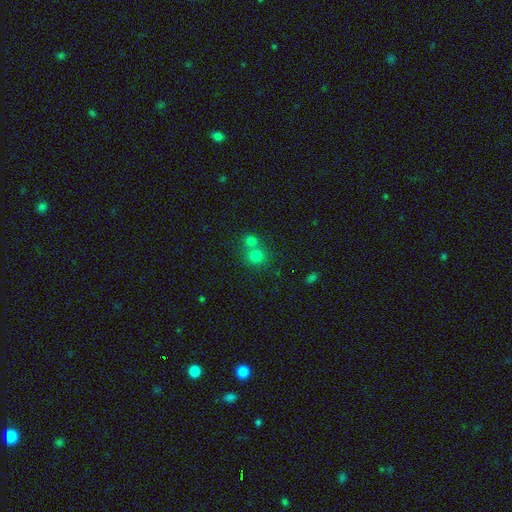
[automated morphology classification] A smooth galaxy with no disk features (77%) that is round (87%).

Vote fractions:
- Smooth or featured? smooth: 77% / star or artifact: 15% / featured or disk: 8%
- How rounded? round: 87% / in between: 12% / cigar-shaped: 1%
- Merging? none: 47% / merger: 44% / minor disturbance: 6% / major disturbance: 3%